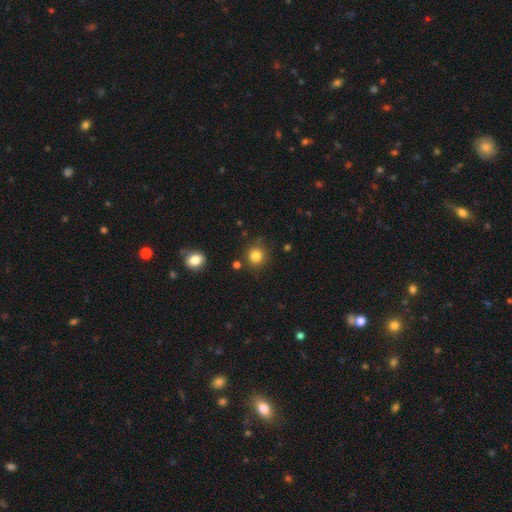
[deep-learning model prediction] Morphology: type=smooth (83%); roundness=round (89%); merging=none (82%).